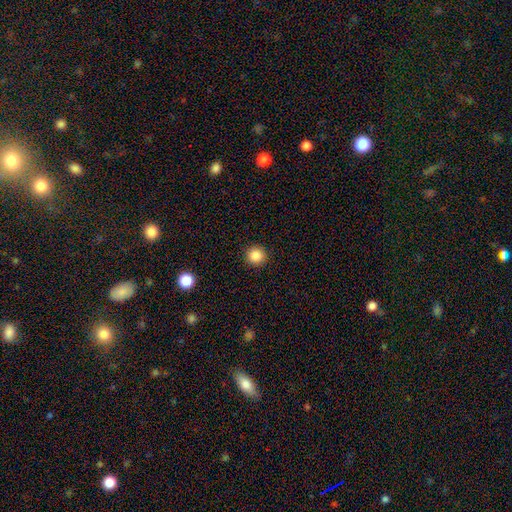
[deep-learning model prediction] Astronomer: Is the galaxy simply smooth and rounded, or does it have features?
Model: smooth — 87%.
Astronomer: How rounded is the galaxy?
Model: round — 95%.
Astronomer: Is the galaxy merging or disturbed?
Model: none — 93%.